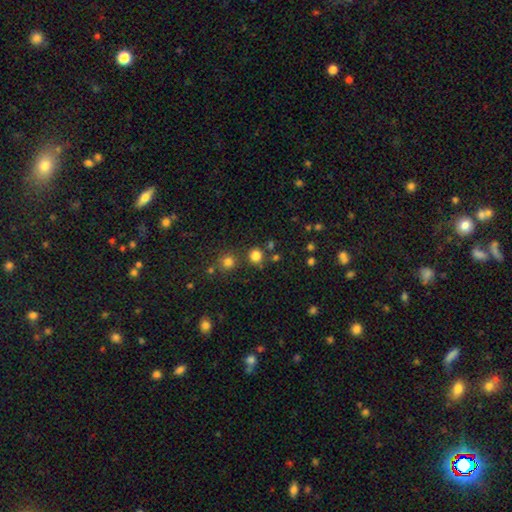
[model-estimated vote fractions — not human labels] This is likely a smooth galaxy (79%). How rounded: clearly round (88%). Merging: likely none (79%).